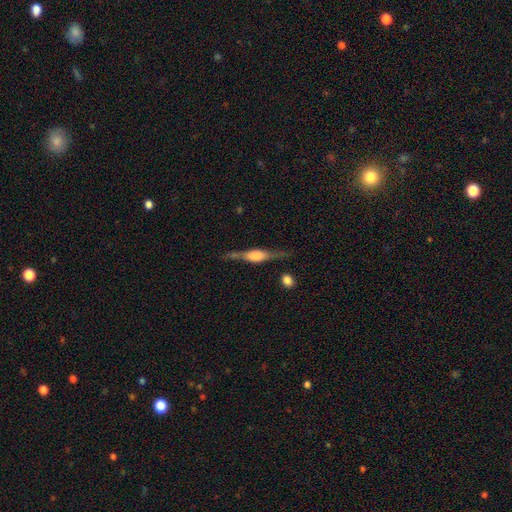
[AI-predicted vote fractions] A featured or disk galaxy (72%) viewed edge-on (95%) with a rounded central bulge (61%). Merging: none (74%).